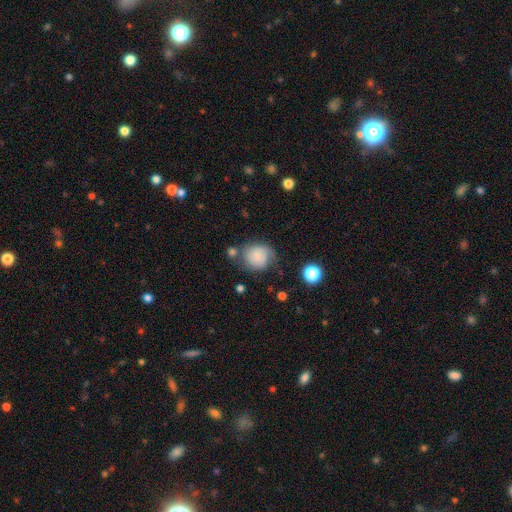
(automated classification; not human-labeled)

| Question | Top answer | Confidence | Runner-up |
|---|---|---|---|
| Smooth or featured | smooth | 69% | featured or disk (22%) |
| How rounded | round | 77% | in between (23%) |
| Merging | none | 53% | minor disturbance (27%) |